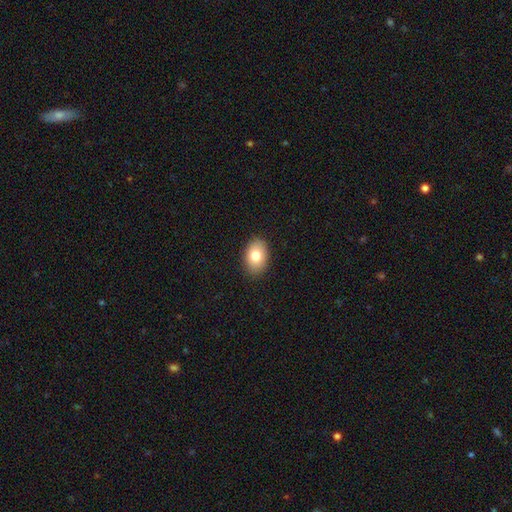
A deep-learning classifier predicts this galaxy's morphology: smooth-or-featured: smooth: 81% | featured or disk: 12% | star or artifact: 8%
  how-rounded: in between: 82% | round: 17% | cigar-shaped: 1%
  merging: none: 88% | minor disturbance: 9% | major disturbance: 2% | merger: 1%